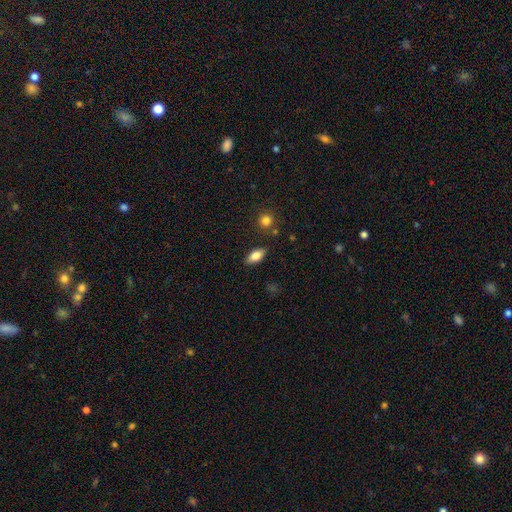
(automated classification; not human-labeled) This is clearly a smooth galaxy (81%). How rounded: clearly in between (89%). Merging: clearly none (84%).